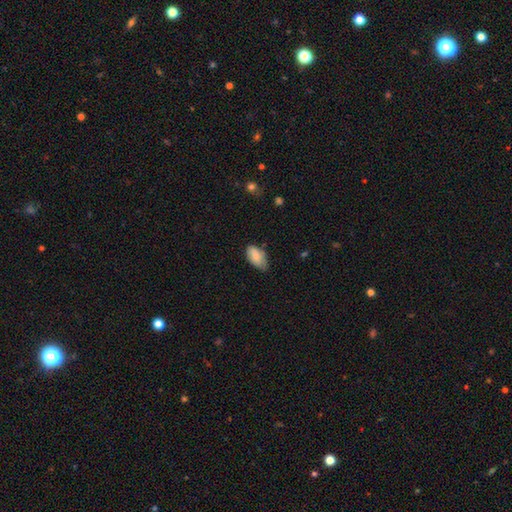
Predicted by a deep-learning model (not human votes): A smooth galaxy with no disk features (82%) that is in between round and cigar-shaped (94%).

Vote fractions:
- Smooth or featured? smooth: 82% / featured or disk: 11% / star or artifact: 7%
- How rounded? in between: 94% / round: 3% / cigar-shaped: 3%
- Merging? none: 53% / minor disturbance: 38% / major disturbance: 7% / merger: 2%